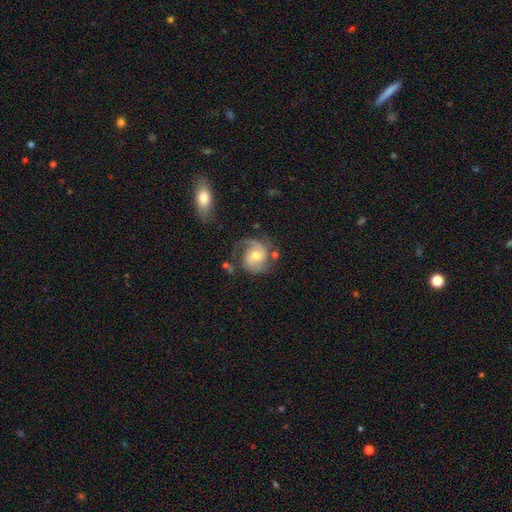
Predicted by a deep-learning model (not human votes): A featured or disk galaxy (82%) with no bar (56%), 2 (68%) medium (48%) spiral arms (96%) and a moderate central bulge (65%).

Vote fractions:
- Smooth or featured? featured or disk: 82% / smooth: 13% / star or artifact: 6%
- Edge-on disk? no: 98% / yes: 2%
- Bar? no: 56% / weak: 35% / strong: 8%
- Spiral arms? yes: 96% / no: 4%
- Spiral winding? medium: 48% / tight: 30% / loose: 22%
- Spiral arm count? 2: 68% / 1: 20% / can't tell: 6% / 3: 3% / 4: 1% / more than 4: 1%
- Bulge size? moderate: 65% / small: 27% / large: 5% / none: 1% / dominant: 1%
- Merging? none: 61% / minor disturbance: 20% / major disturbance: 13% / merger: 6%